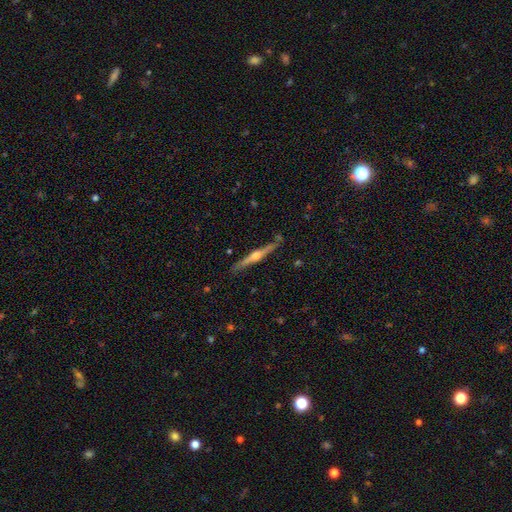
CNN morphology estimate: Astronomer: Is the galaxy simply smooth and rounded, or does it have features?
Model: featured or disk — 78%.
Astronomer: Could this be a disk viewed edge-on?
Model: yes — 98%.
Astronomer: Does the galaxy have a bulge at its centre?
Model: rounded — 90%.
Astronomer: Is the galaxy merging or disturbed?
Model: none — 86%.